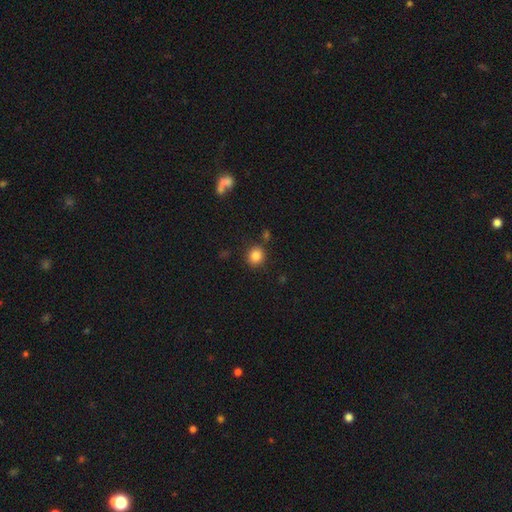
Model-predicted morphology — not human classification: Smooth or featured: smooth — 84% (star or artifact — 11%)
How rounded: round — 85% (in between — 14%)
Merging: none — 85% (minor disturbance — 8%)